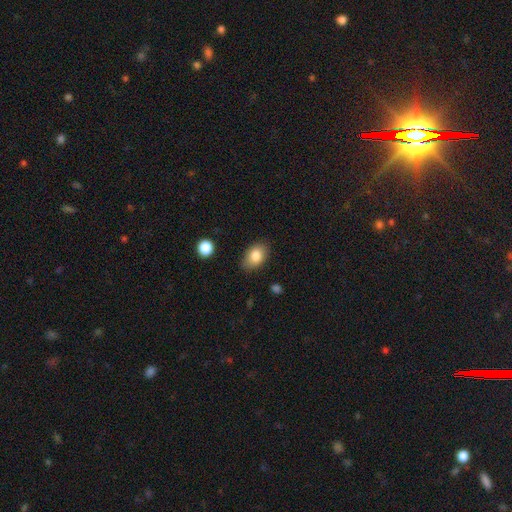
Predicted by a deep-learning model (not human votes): This appears to be a smooth galaxy with no disk features (83%) that is in between round and cigar-shaped (82%). Merging: none (78%).